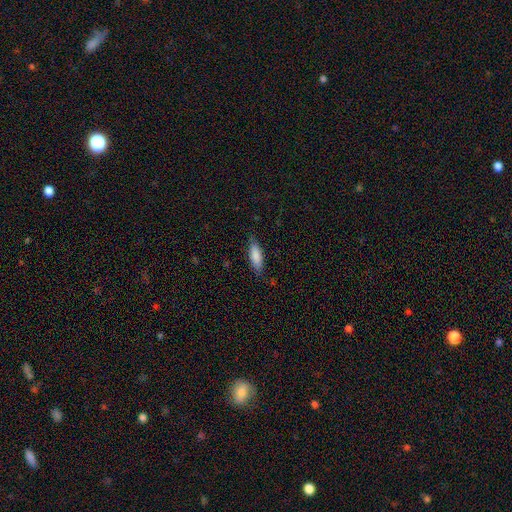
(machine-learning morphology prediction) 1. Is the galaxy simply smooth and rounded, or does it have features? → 83% smooth, 11% featured or disk, 6% star or artifact.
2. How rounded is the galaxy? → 58% in between, 41% cigar-shaped, 2% round.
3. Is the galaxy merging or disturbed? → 79% none, 16% minor disturbance, 3% major disturbance, 1% merger.